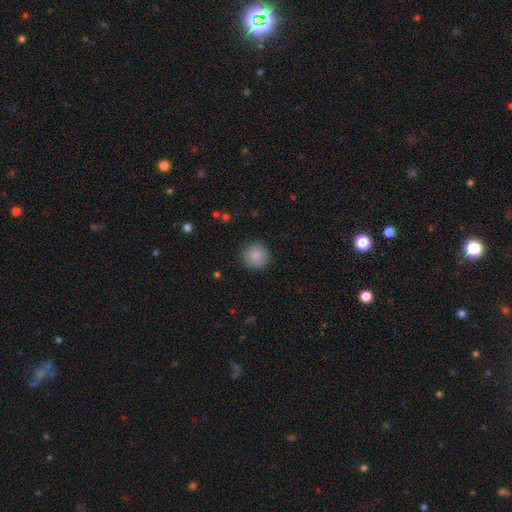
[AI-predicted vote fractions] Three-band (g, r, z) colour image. It shows a smooth galaxy with no disk features (87%) that is round (94%). Merging: none (89%).